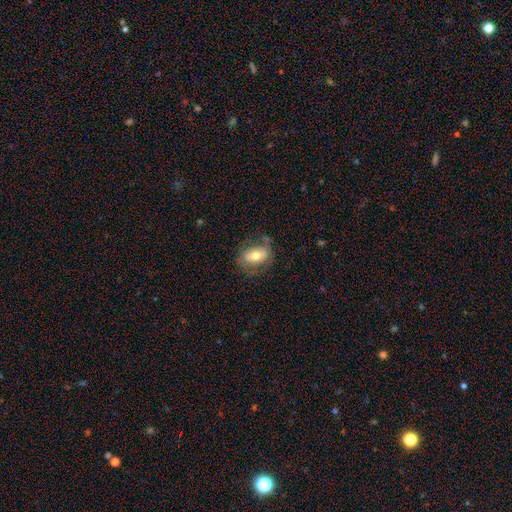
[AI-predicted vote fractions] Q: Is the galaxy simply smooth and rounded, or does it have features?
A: smooth — 61%.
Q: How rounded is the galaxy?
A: in between — 83%.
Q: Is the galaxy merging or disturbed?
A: none — 66%.